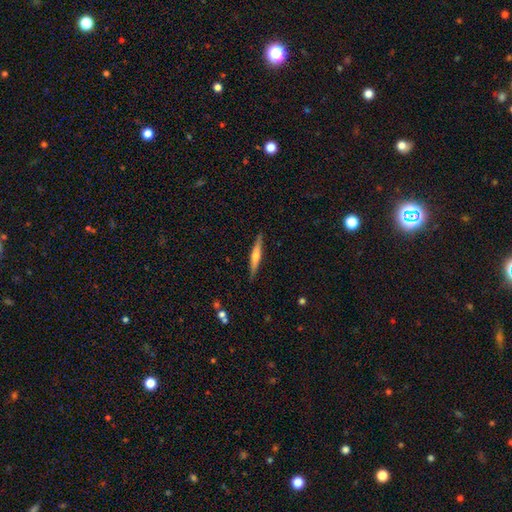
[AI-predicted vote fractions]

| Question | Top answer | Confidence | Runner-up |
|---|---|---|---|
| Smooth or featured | featured or disk | 59% | smooth (36%) |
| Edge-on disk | yes | 97% | no (3%) |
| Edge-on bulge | rounded | 85% | none (10%) |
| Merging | none | 89% | minor disturbance (8%) |